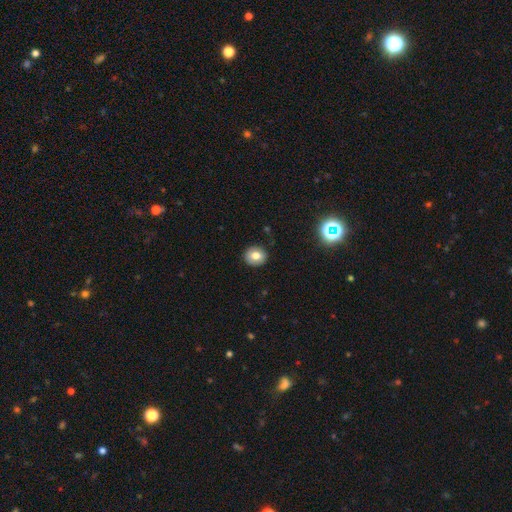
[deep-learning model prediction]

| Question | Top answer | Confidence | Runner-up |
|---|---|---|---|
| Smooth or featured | smooth | 74% | featured or disk (16%) |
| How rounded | round | 78% | in between (21%) |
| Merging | none | 89% | minor disturbance (8%) |